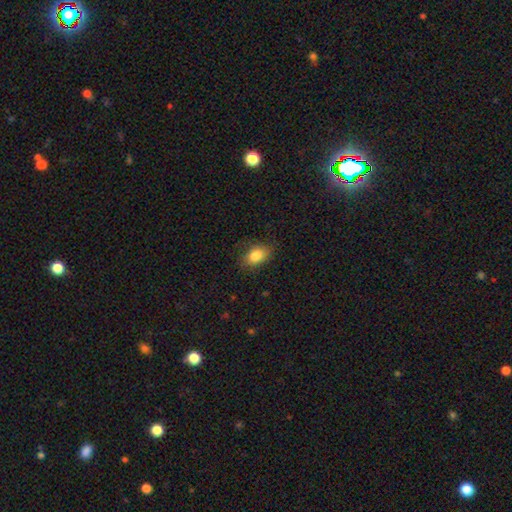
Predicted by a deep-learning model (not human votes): The model was most divided on "how rounded": in between: 81%, round: 18%, cigar-shaped: 2%. More confident: smooth or featured — smooth (85%); merging — none (79%).